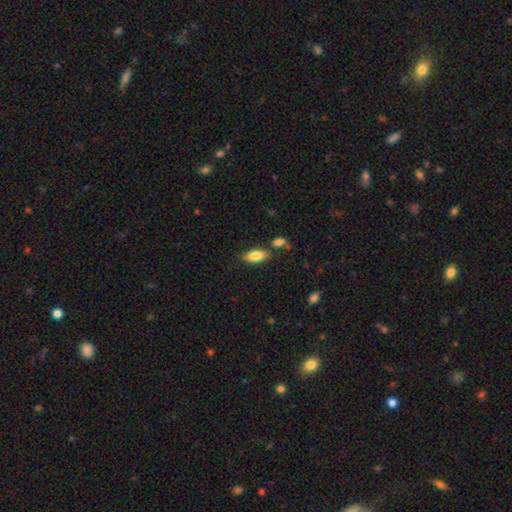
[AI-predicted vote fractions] Smooth or featured? smooth (82%)
How rounded? in between (86%)
Merging? none (71%)